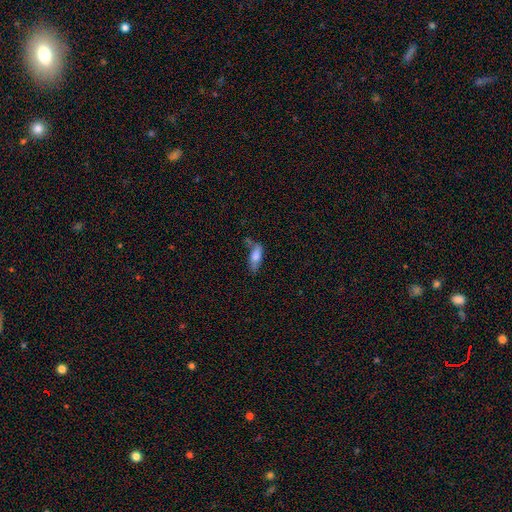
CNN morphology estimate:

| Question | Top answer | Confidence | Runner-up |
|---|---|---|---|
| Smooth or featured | smooth | 70% | featured or disk (22%) |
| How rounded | in between | 73% | cigar-shaped (24%) |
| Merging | none | 49% | minor disturbance (29%) |